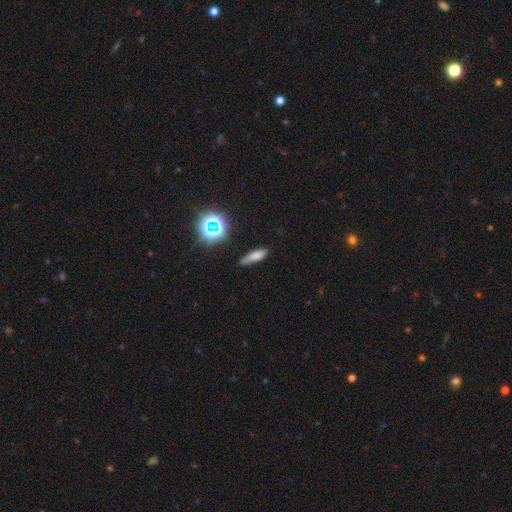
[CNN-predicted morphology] A smooth galaxy with no disk features (70%) that is cigar-shaped (52%). Merging: none (65%).